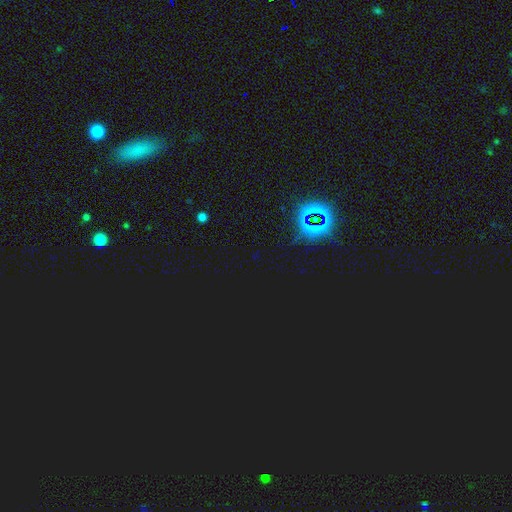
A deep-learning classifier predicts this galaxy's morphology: smooth-or-featured: star or artifact: 80% | smooth: 13% | featured or disk: 7%